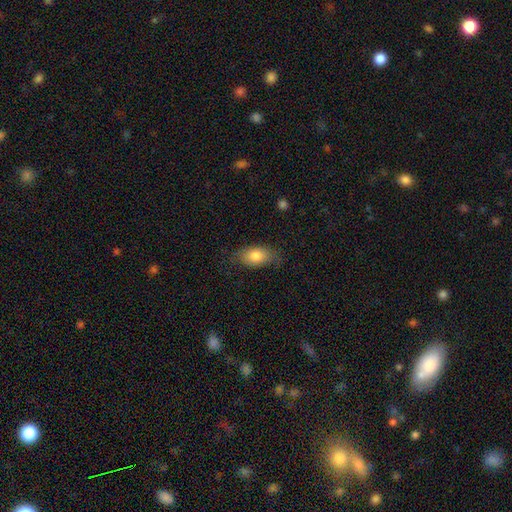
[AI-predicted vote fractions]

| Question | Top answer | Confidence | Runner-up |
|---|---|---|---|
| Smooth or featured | smooth | 78% | featured or disk (15%) |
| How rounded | in between | 90% | round (7%) |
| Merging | none | 70% | minor disturbance (22%) |